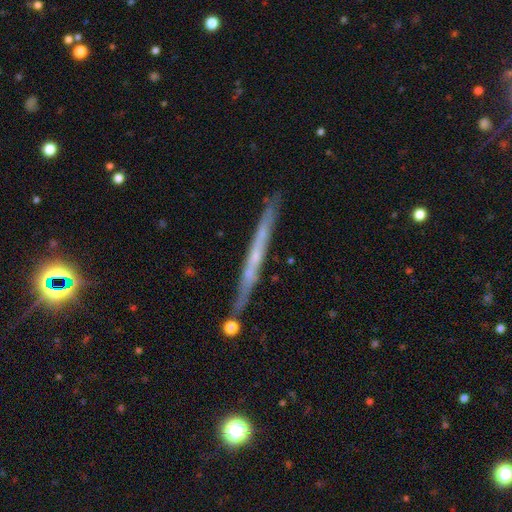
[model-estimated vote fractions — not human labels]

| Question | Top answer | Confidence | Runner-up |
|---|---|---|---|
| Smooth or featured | featured or disk | 63% | smooth (30%) |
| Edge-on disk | yes | 95% | no (5%) |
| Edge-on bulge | none | 81% | rounded (15%) |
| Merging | none | 83% | minor disturbance (11%) |